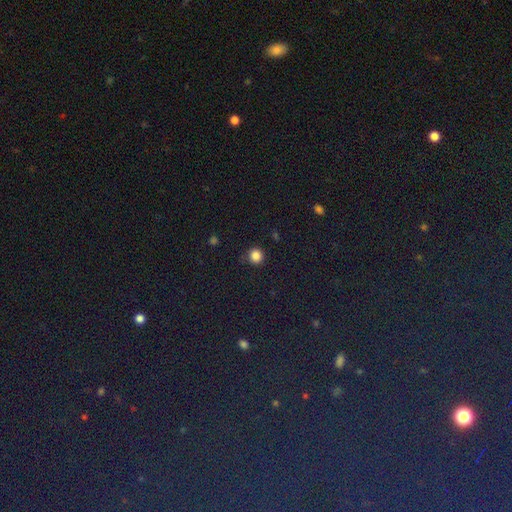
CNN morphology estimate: This appears to be a smooth galaxy with no disk features (85%) that is round (93%). Merging: none (88%).